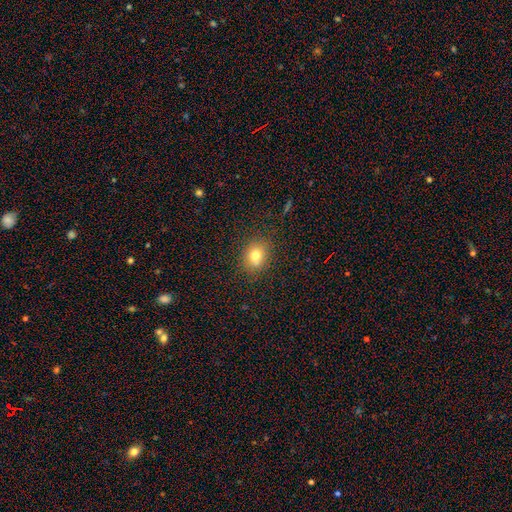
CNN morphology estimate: smooth-or-featured: smooth: 76% | star or artifact: 13% | featured or disk: 11%
  how-rounded: round: 52% | in between: 47% | cigar-shaped: 1%
  merging: none: 81% | minor disturbance: 12% | major disturbance: 3% | merger: 3%